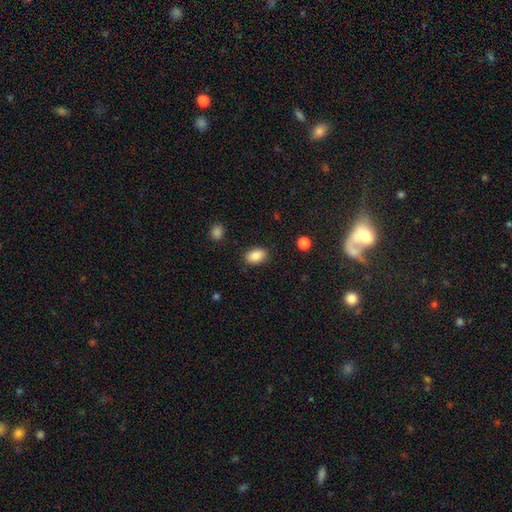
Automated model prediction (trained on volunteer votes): Smooth or featured? smooth (88%)
How rounded? in between (86%)
Merging? none (87%)